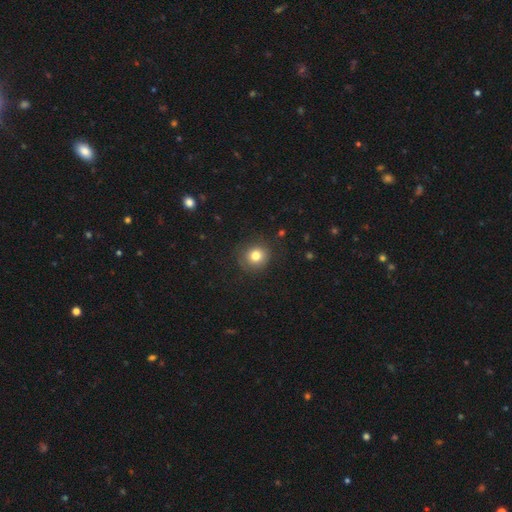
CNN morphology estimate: Smooth or featured? smooth (79%)
How rounded? round (89%)
Merging? none (85%)